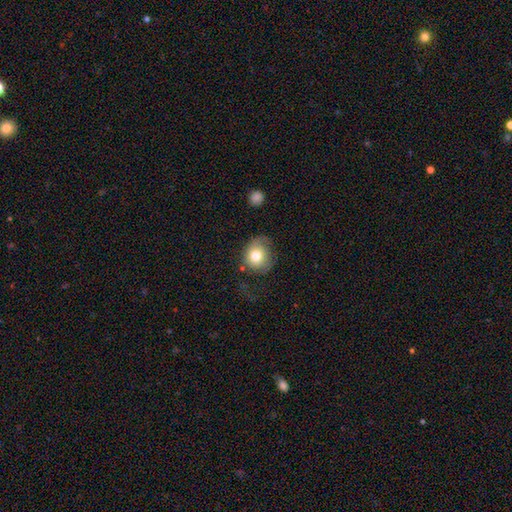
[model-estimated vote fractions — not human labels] A smooth galaxy with no disk features (75%) that is round (76%). Merging: none (51%).